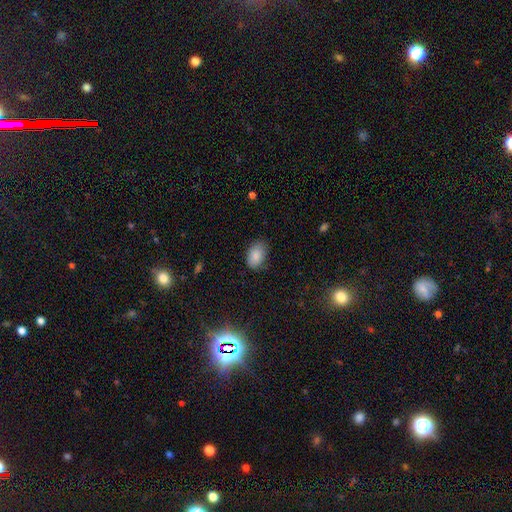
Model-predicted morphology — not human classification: This appears to be a smooth galaxy with no disk features (87%) that is in between round and cigar-shaped (84%). Merging: none (73%).